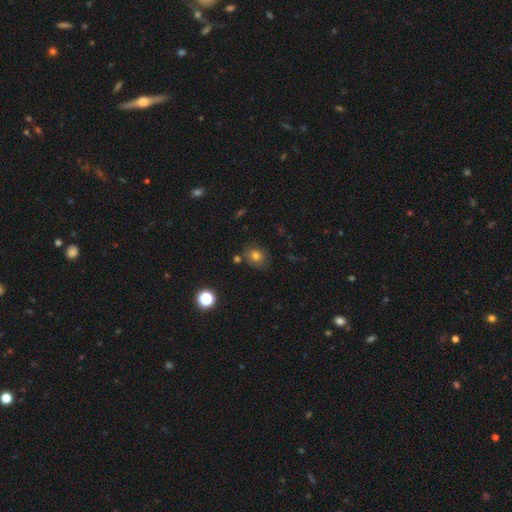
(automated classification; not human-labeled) Smooth or featured? Predicted: smooth (p=0.74). How rounded? Predicted: round (p=0.54). Merging? Predicted: none (p=0.70).